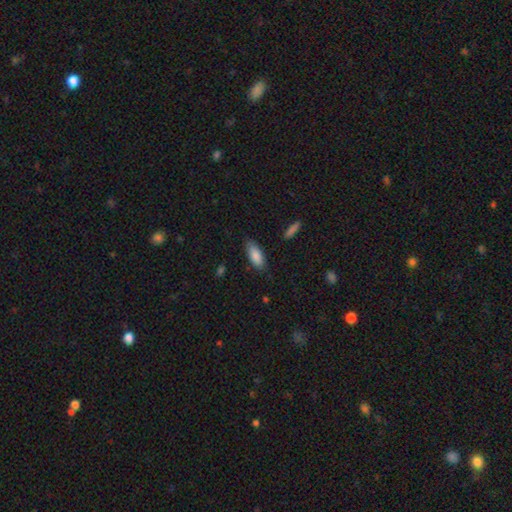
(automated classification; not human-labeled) smooth_or_featured: smooth (p=0.87) [alt: featured or disk p=0.07]
how_rounded: in between (p=0.82) [alt: cigar-shaped p=0.16]
merging: none (p=0.81) [alt: minor disturbance p=0.15]